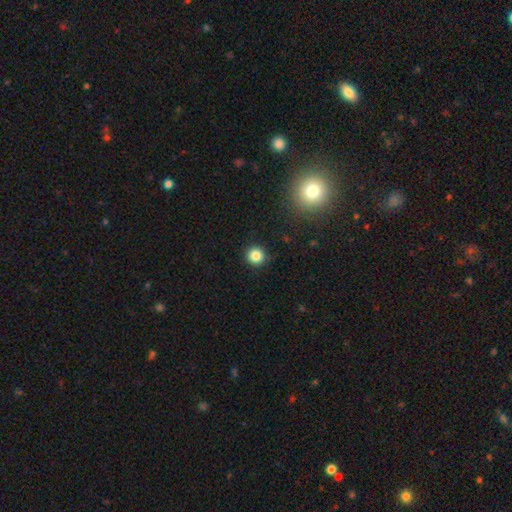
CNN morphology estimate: smooth-or-featured: smooth: 84% | star or artifact: 12% | featured or disk: 4%
  how-rounded: round: 95% | in between: 4% | cigar-shaped: 1%
  merging: none: 91% | minor disturbance: 6% | major disturbance: 2% | merger: 1%